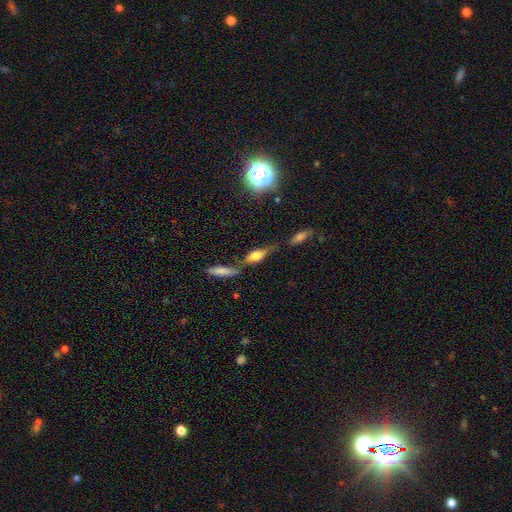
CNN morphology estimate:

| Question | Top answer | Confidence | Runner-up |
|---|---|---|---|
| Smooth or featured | smooth | 48% | featured or disk (40%) |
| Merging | none | 51% | merger (25%) |